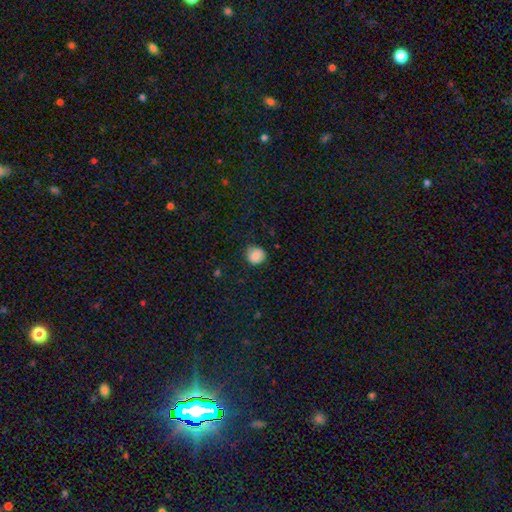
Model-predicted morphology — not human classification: smooth_or_featured: smooth (p=0.86) [alt: star or artifact p=0.09]
how_rounded: round (p=0.85) [alt: in between p=0.14]
merging: none (p=0.82) [alt: minor disturbance p=0.14]